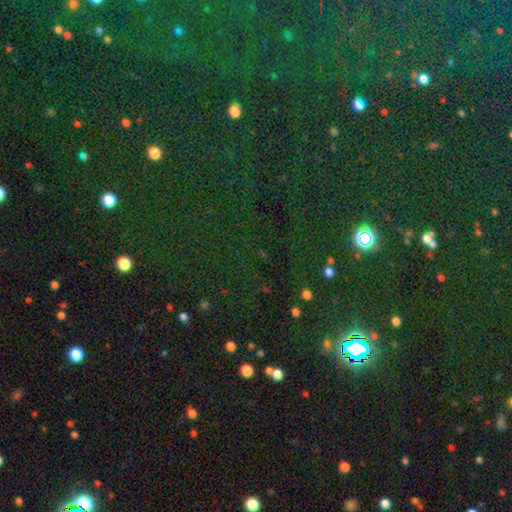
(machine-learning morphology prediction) Smooth or featured: star or artifact — 81% (smooth — 11%)